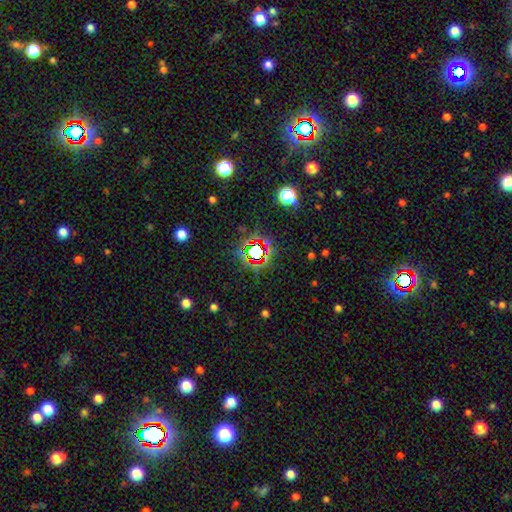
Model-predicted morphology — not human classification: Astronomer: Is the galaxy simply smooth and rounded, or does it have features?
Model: star or artifact — 76%.